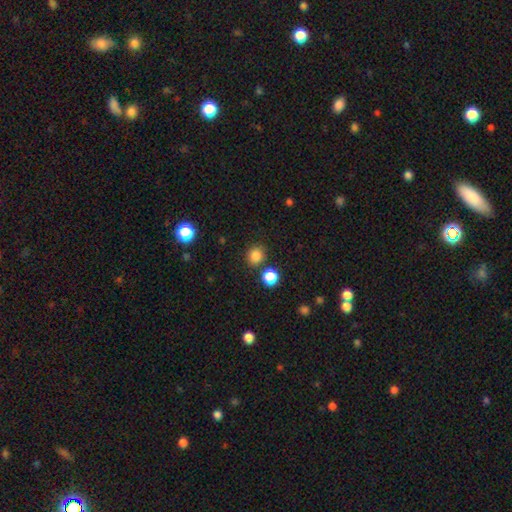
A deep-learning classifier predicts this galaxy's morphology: smooth_or_featured: smooth (p=0.83) [alt: star or artifact p=0.13]
how_rounded: round (p=0.83) [alt: in between p=0.16]
merging: none (p=0.84) [alt: minor disturbance p=0.08]